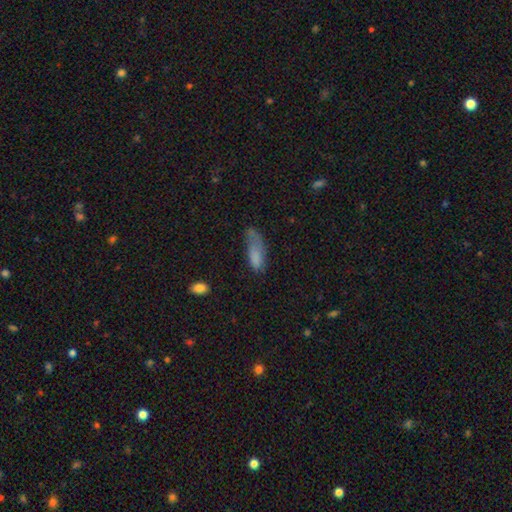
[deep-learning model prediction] A smooth galaxy with no disk features (78%) that is in between round and cigar-shaped (64%). Merging: minor disturbance (34%).